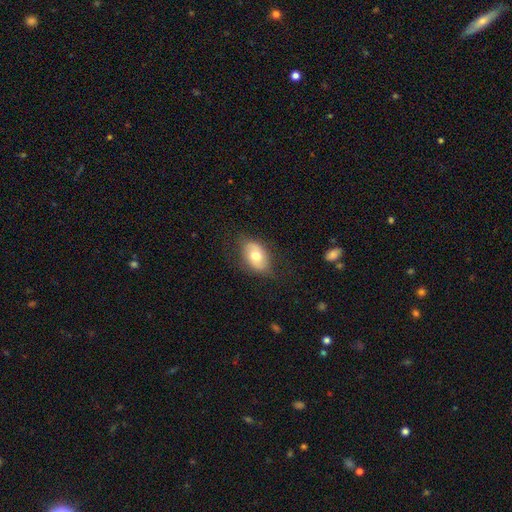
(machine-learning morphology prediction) Smooth or featured? Predicted: smooth (p=0.64). How rounded? Predicted: in between (p=0.88). Merging? Predicted: none (p=0.76).